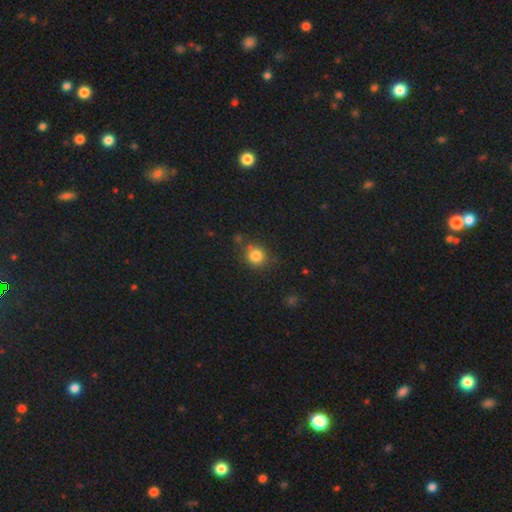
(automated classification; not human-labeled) Morphology: type=smooth (82%); roundness=round (86%); merging=none (75%).